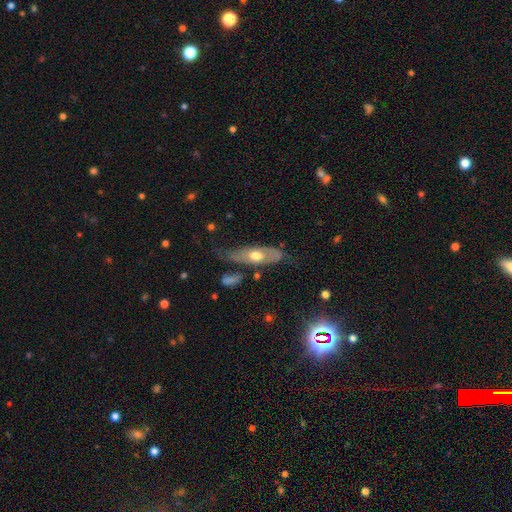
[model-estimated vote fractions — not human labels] A featured or disk galaxy (56%).

Vote fractions:
- Smooth or featured? featured or disk: 56% / smooth: 39% / star or artifact: 6%
- Edge-on disk? no: 65% / yes: 35%
- Merging? none: 55% / minor disturbance: 28% / major disturbance: 14% / merger: 4%